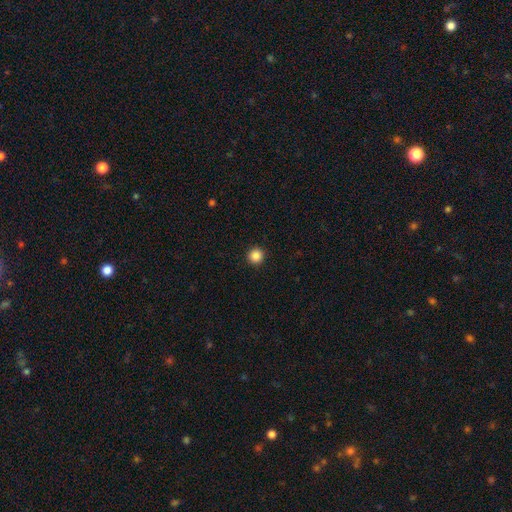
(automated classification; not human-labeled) smooth 87%, star or artifact 11%, featured or disk 3%. Down the decision tree: how rounded — round (96%); merging — none (94%).